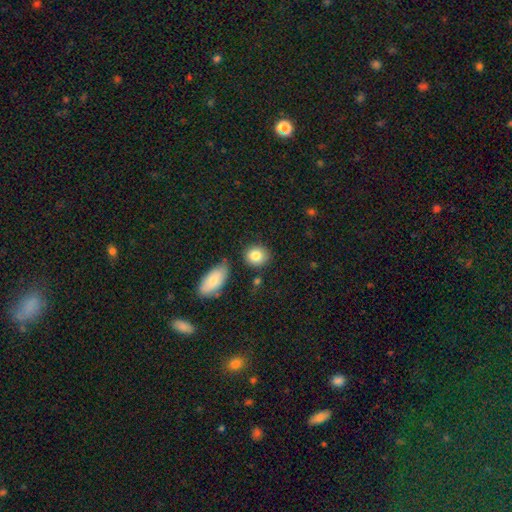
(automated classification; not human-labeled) Smooth or featured? smooth (83%)
How rounded? round (74%)
Merging? none (80%)